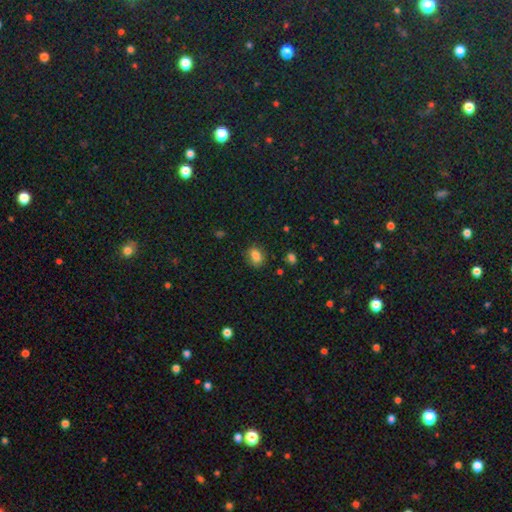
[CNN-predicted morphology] Smooth or featured? Predicted: smooth (p=0.82). How rounded? Predicted: in between (p=0.68). Merging? Predicted: none (p=0.78).